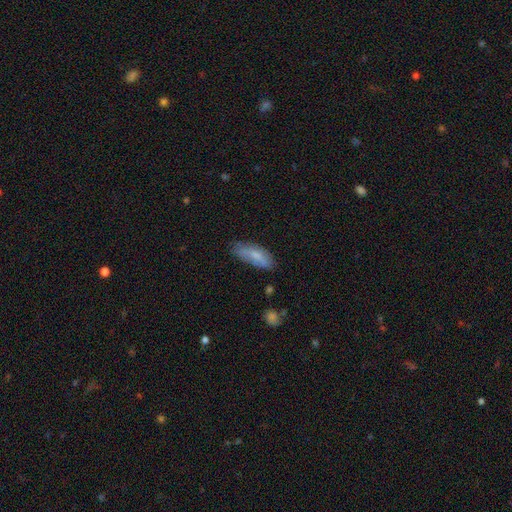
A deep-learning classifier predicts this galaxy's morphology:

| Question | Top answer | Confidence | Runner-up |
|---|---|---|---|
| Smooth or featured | smooth | 70% | featured or disk (23%) |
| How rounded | in between | 72% | cigar-shaped (26%) |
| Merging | none | 61% | minor disturbance (29%) |